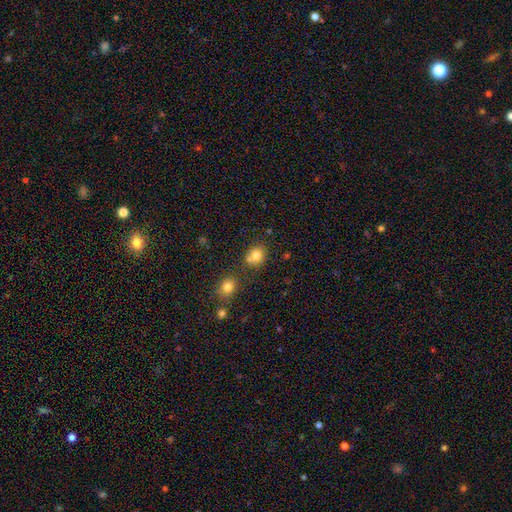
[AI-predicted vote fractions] smooth-or-featured: smooth: 80% | star or artifact: 12% | featured or disk: 8%
  how-rounded: round: 65% | in between: 34% | cigar-shaped: 1%
  merging: none: 62% | merger: 18% | minor disturbance: 15% | major disturbance: 4%